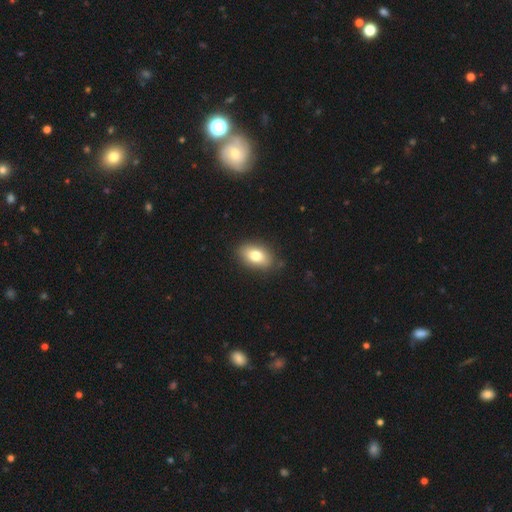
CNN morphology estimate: The model was most divided on "smooth or featured": smooth: 77%, featured or disk: 14%, star or artifact: 8%. More confident: how rounded — in between (87%); merging — none (85%).